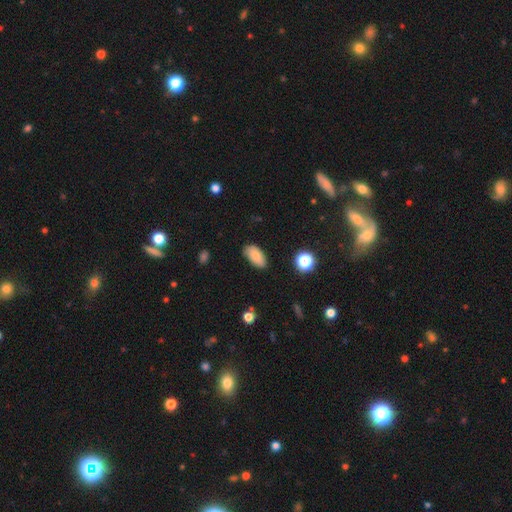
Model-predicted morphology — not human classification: Overall: smooth (83%). How rounded: in between (91%). Merging: none (77%).